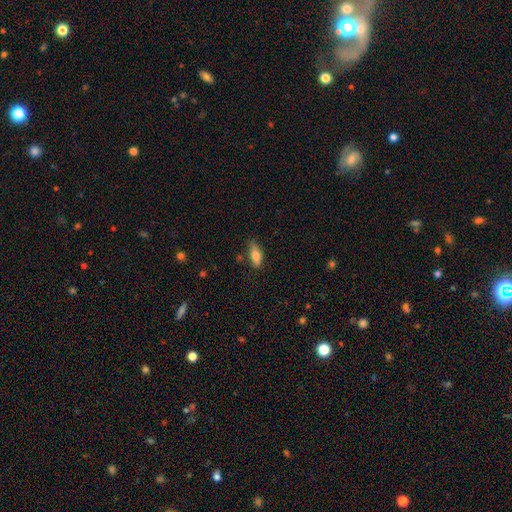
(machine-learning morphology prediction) Smooth or featured? Predicted: smooth (p=0.74). How rounded? Predicted: in between (p=0.73). Merging? Predicted: none (p=0.63).